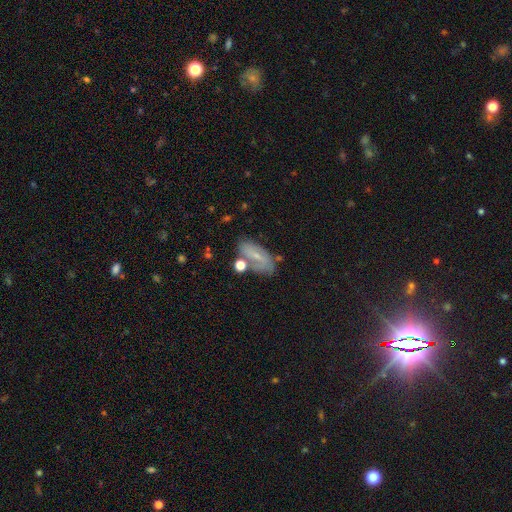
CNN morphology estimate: smooth_or_featured: smooth (p=0.46) [alt: featured or disk p=0.43]
merging: none (p=0.60) [alt: minor disturbance p=0.20]